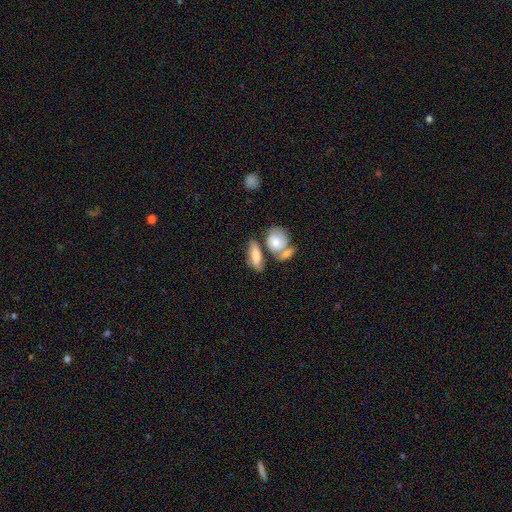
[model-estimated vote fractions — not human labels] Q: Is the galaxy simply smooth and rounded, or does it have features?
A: smooth — 66%.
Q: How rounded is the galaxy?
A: in between — 75%.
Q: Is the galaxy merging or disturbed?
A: none — 39%.